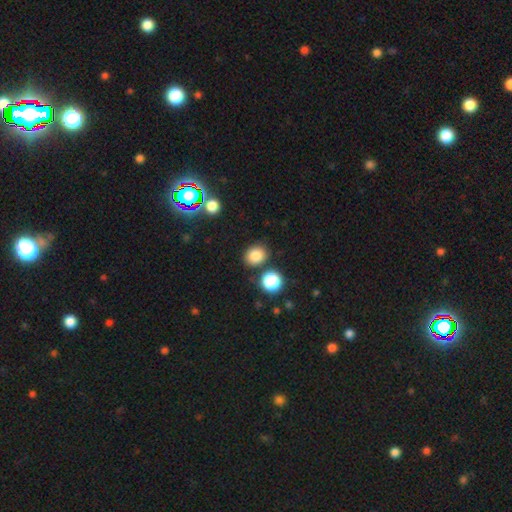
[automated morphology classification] smooth_or_featured: smooth (p=0.81) [alt: star or artifact p=0.13]
how_rounded: round (p=0.64) [alt: in between p=0.35]
merging: none (p=0.81) [alt: minor disturbance p=0.09]